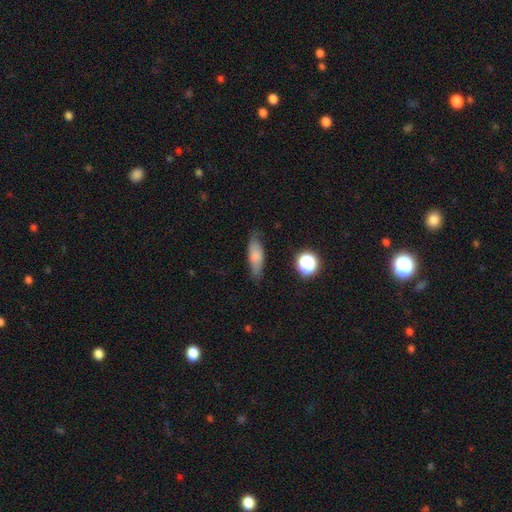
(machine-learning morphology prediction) Smooth or featured? Predicted: smooth (p=0.76). How rounded? Predicted: in between (p=0.57). Merging? Predicted: none (p=0.74).